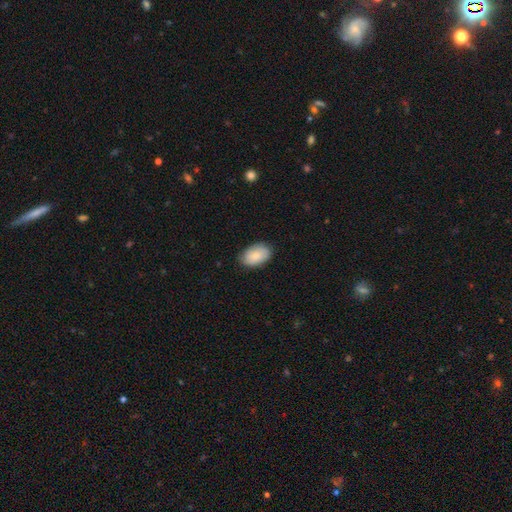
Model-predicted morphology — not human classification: Overall: smooth (81%). How rounded: in between (91%). Merging: none (81%).